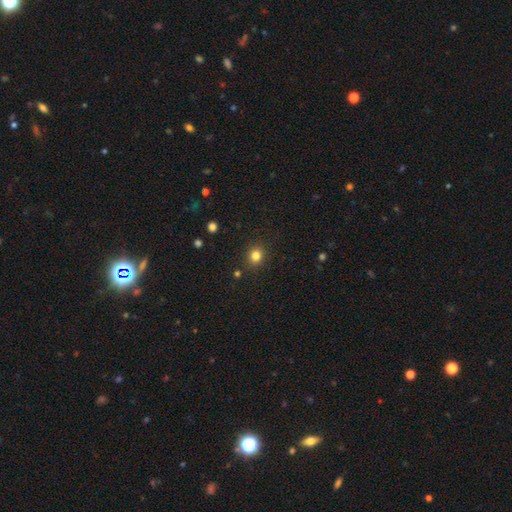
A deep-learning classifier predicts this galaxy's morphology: A smooth galaxy with no disk features (81%) that is round (79%).

Vote fractions:
- Smooth or featured? smooth: 81% / star or artifact: 13% / featured or disk: 5%
- How rounded? round: 79% / in between: 20% / cigar-shaped: 1%
- Merging? none: 88% / minor disturbance: 8% / major disturbance: 2% / merger: 2%